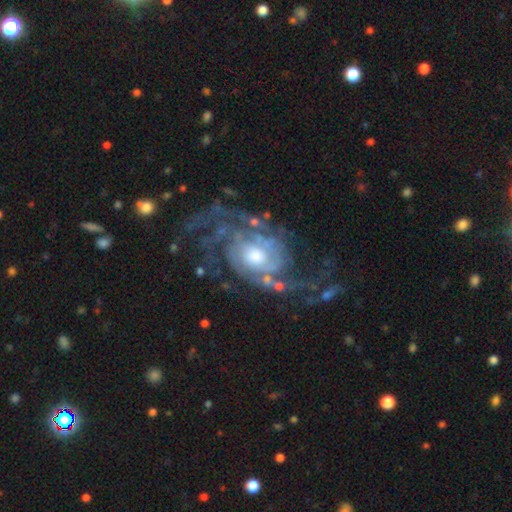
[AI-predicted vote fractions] The model was most divided on "spiral arm count": 2: 30%, can't tell: 25%, 3: 19%, 4: 10%, more than 4: 8%, 1: 8%. Remaining: edge-on disk — no (97%); spiral arms — yes (95%); smooth or featured — featured or disk (89%); bar — no (74%); bulge size — moderate (58%); merging — none (57%); spiral winding — tight (44%).